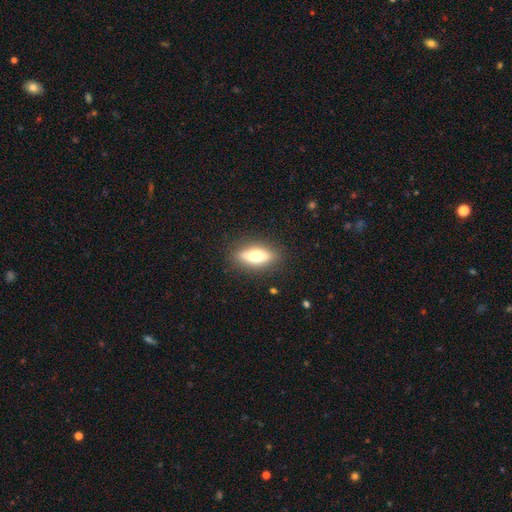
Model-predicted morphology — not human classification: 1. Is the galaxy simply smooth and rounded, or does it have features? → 58% smooth, 35% featured or disk, 8% star or artifact.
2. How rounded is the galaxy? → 62% in between, 34% cigar-shaped, 4% round.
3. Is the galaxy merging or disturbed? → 87% none, 9% minor disturbance, 3% major disturbance, 1% merger.